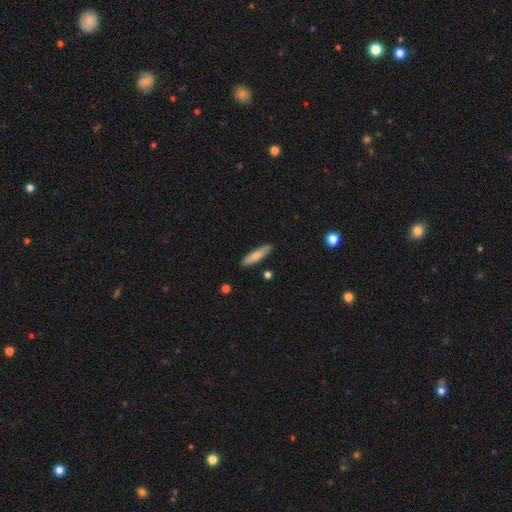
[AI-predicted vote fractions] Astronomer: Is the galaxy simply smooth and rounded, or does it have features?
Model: smooth — 77%.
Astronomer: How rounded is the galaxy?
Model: cigar-shaped — 82%.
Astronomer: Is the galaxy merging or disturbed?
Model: none — 85%.